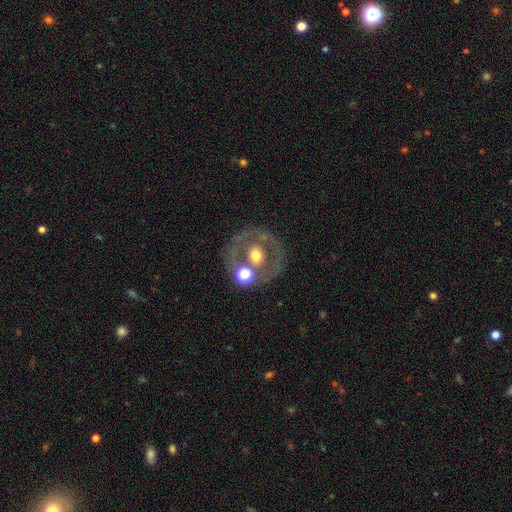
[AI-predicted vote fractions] smooth_or_featured: featured or disk (p=0.50) [alt: smooth p=0.39]
disk_edge_on: no (p=0.94) [alt: yes p=0.06]
merging: none (p=0.64) [alt: merger p=0.16]